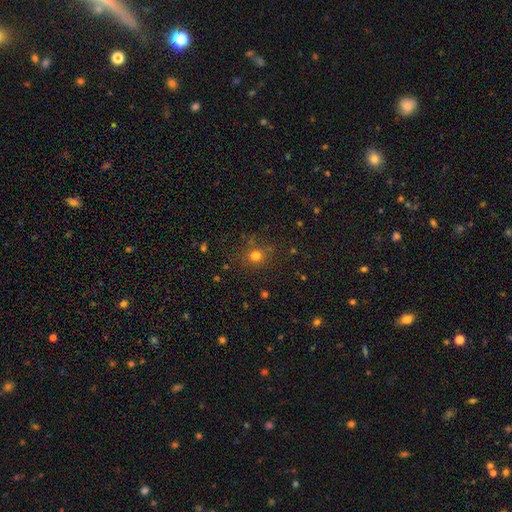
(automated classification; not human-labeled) Overall: smooth (74%). How rounded: round (80%). Merging: none (79%).